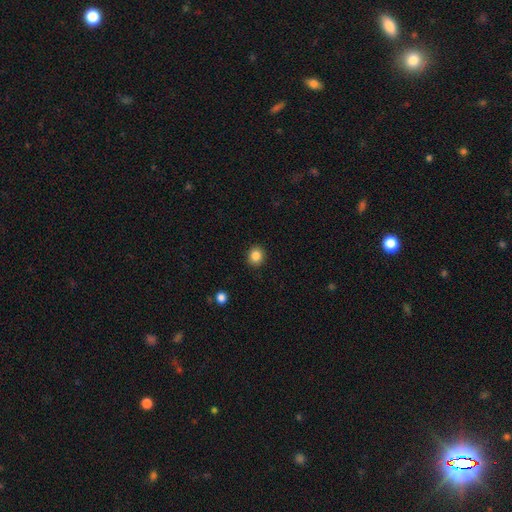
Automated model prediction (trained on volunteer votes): Smooth or featured?
  - smooth: 85% *
  - star or artifact: 10%
  - featured or disk: 4%
How rounded?
  - round: 83% *
  - in between: 16%
  - cigar-shaped: 1%
Merging?
  - none: 91% *
  - minor disturbance: 6%
  - major disturbance: 2%
  - merger: 1%